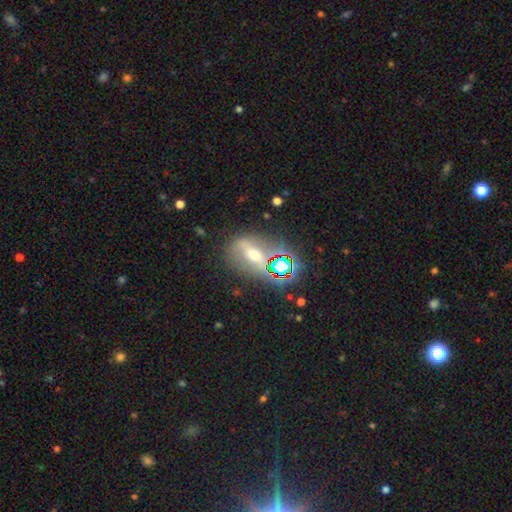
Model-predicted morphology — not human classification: Overall: featured or disk (46%; star or artifact 29%). Merging: none (63%).